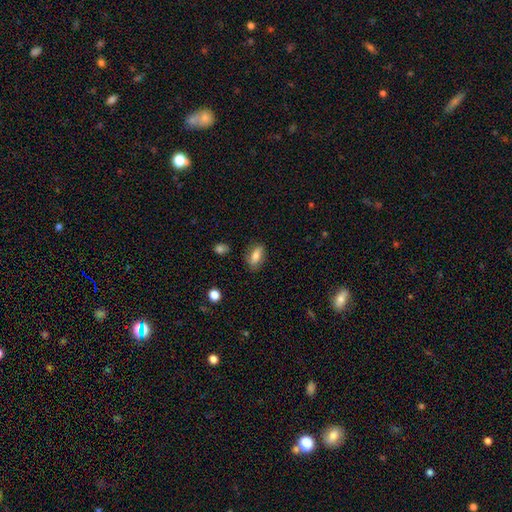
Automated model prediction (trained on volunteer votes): Smooth or featured? smooth (69%)
How rounded? in between (82%)
Merging? none (72%)